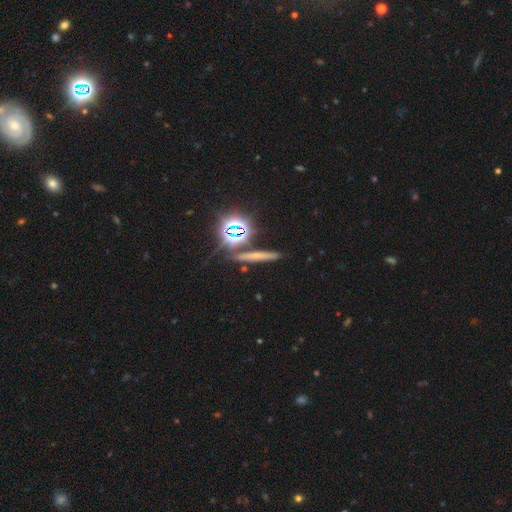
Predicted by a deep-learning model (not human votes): smooth_or_featured: smooth (p=0.44) [alt: star or artifact p=0.33]
merging: none (p=0.82) [alt: minor disturbance p=0.09]